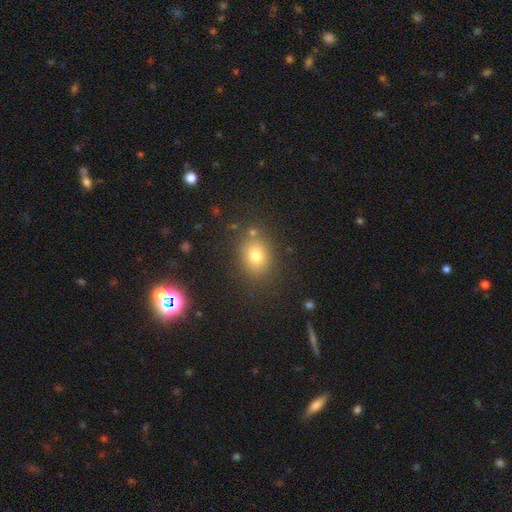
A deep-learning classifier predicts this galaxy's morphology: This is likely a smooth galaxy (76%). How rounded: possibly in between (56%). Merging: likely none (80%).